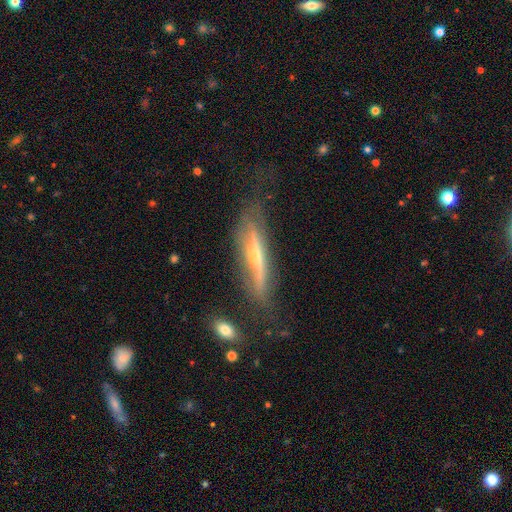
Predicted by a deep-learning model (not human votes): Q: Smooth or featured?
A: featured or disk (69%); runner-up: smooth (23%)
Q: Edge-on disk?
A: yes (83%); runner-up: no (17%)
Q: Edge-on bulge?
A: rounded (63%); runner-up: none (27%)
Q: Merging?
A: none (58%); runner-up: minor disturbance (26%)